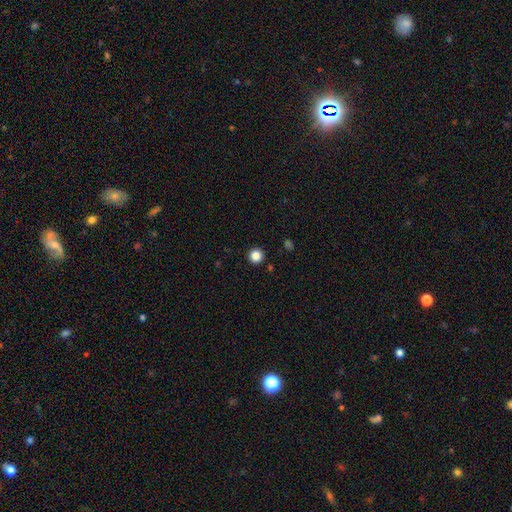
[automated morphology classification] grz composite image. It shows a smooth galaxy with no disk features (86%) that is round (96%). Merging: none (93%).